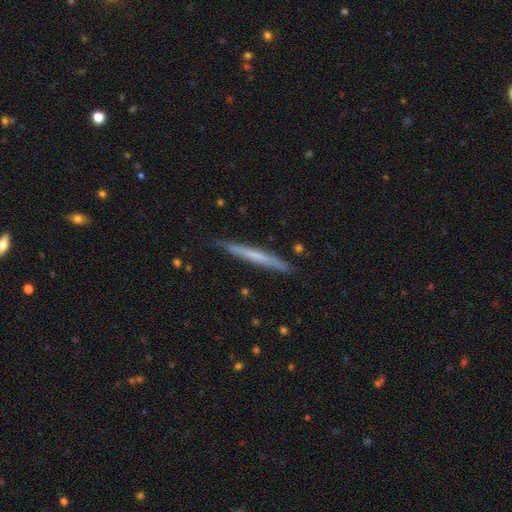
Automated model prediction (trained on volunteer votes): Overall: smooth (50%; featured or disk 45%). Merging: none (87%).